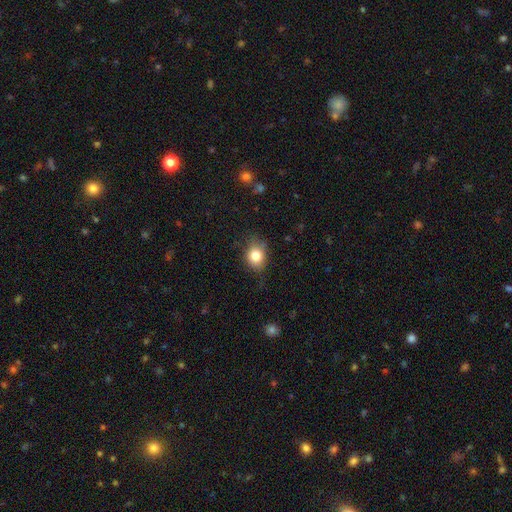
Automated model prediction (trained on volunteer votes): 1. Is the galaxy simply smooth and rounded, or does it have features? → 81% smooth, 10% star or artifact, 9% featured or disk.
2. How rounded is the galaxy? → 54% round, 44% in between, 1% cigar-shaped.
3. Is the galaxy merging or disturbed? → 71% none, 22% minor disturbance, 6% major disturbance, 1% merger.